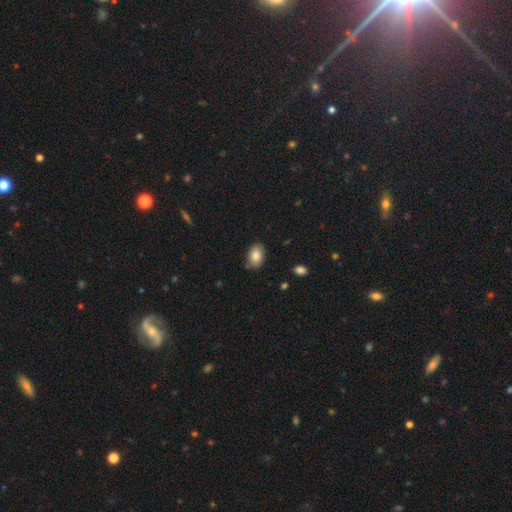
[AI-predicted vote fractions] This appears to be a smooth galaxy with no disk features (86%) that is in between round and cigar-shaped (84%). Merging: none (79%).